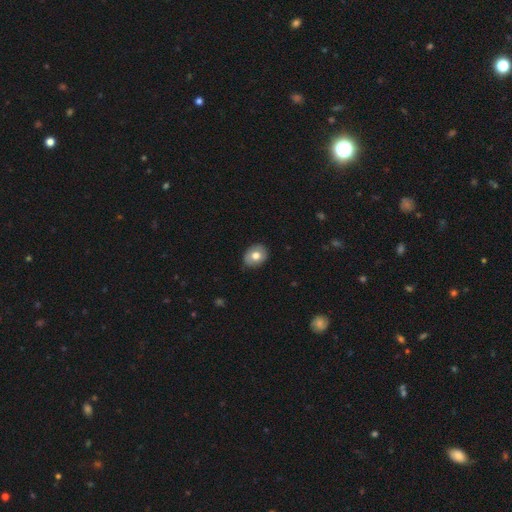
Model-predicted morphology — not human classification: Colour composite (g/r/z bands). It shows a smooth galaxy with no disk features (73%) that is round (52%). Merging: none (85%).